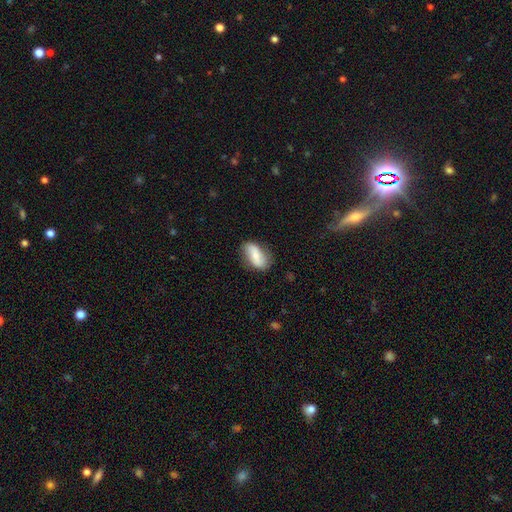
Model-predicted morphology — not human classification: smooth 57%, featured or disk 36%, star or artifact 7%. Down the decision tree: how rounded — in between (87%); merging — none (73%).